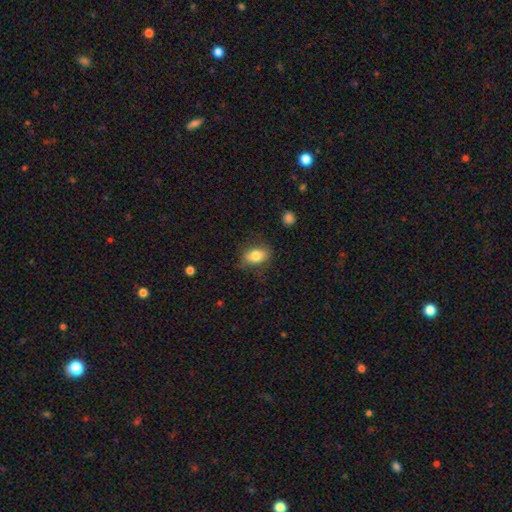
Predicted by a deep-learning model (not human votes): Smooth or featured: smooth — 81% (featured or disk — 11%)
How rounded: in between — 83% (round — 15%)
Merging: none — 74% (minor disturbance — 19%)